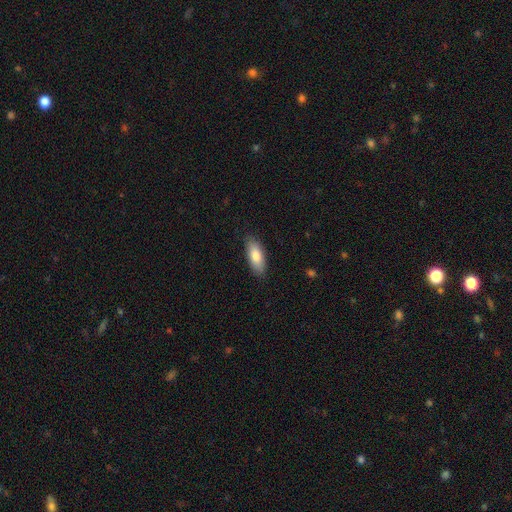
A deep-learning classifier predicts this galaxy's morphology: This is clearly a smooth galaxy (81%). How rounded: likely in between (79%). Merging: clearly none (86%).